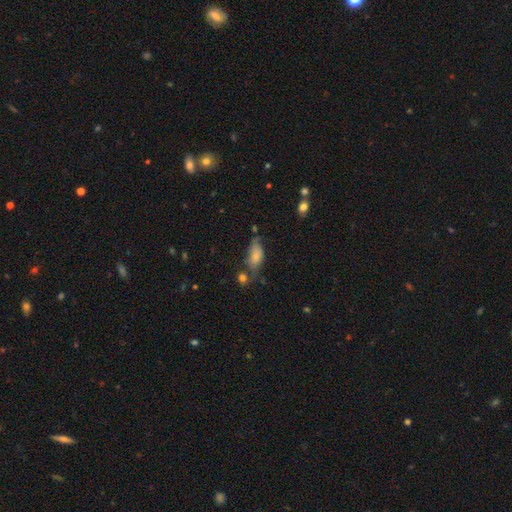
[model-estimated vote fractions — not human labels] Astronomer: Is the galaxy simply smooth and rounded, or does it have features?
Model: smooth — 67%.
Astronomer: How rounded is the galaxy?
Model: in between — 87%.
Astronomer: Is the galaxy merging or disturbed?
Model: none — 39% (runner-up: minor disturbance, 32%).